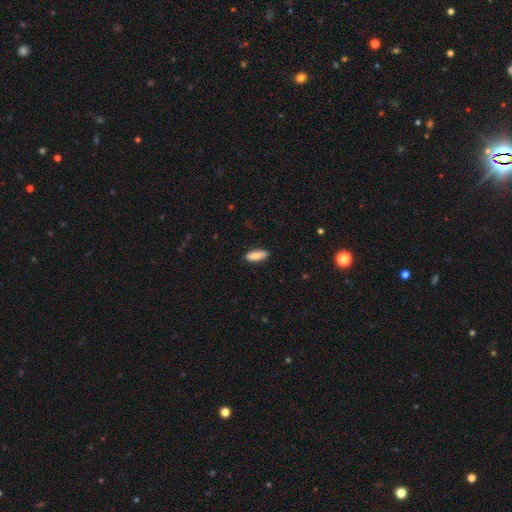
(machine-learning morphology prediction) This is clearly a smooth galaxy (85%). How rounded: possibly in between (59%). Merging: clearly none (84%).